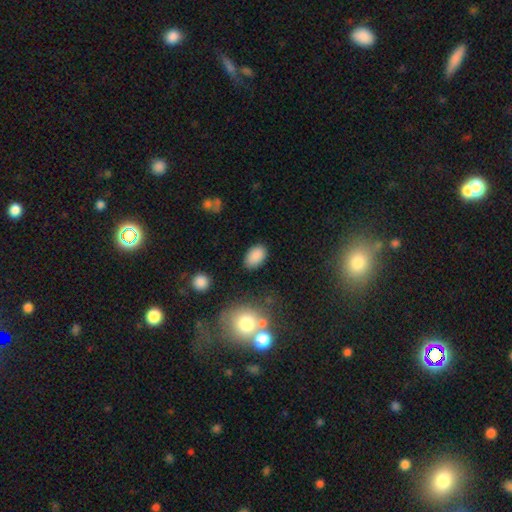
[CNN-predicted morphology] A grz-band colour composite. It shows a smooth galaxy with no disk features (87%) that is in between round and cigar-shaped (89%). Merging: none (84%).